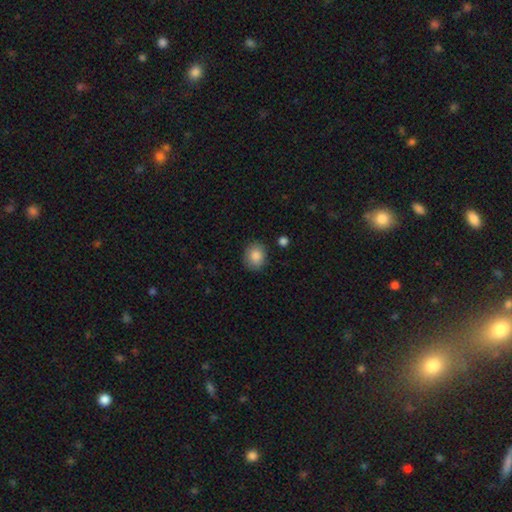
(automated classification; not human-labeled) smooth 87%, star or artifact 8%, featured or disk 5%. Down the decision tree: how rounded — round (65%); merging — none (85%).